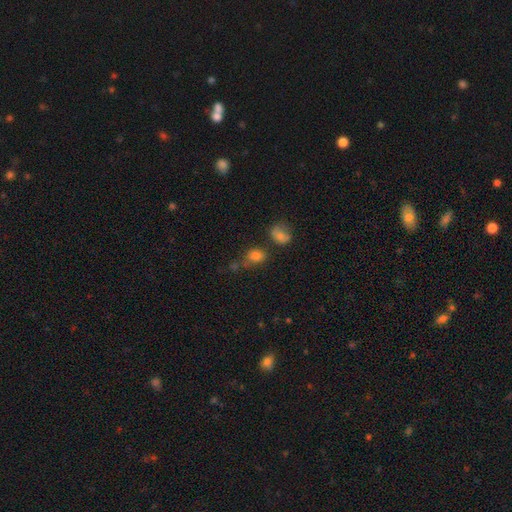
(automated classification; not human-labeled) A smooth galaxy with no disk features (74%) that is round (51%).

Vote fractions:
- Smooth or featured? smooth: 74% / star or artifact: 18% / featured or disk: 8%
- How rounded? round: 51% / in between: 47% / cigar-shaped: 2%
- Merging? none: 57% / merger: 20% / minor disturbance: 16% / major disturbance: 7%